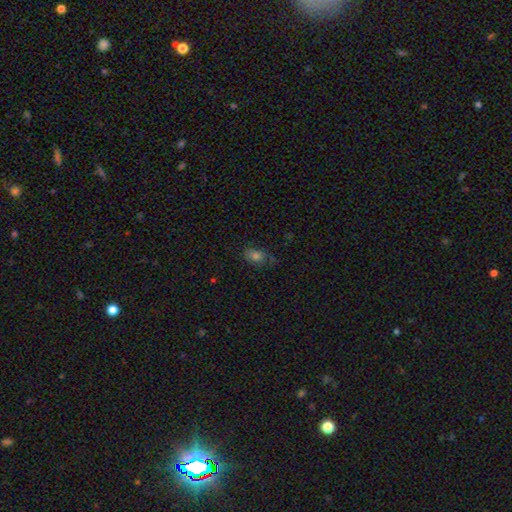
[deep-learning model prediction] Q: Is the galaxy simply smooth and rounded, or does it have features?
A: smooth — 69%.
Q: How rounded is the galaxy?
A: in between — 82%.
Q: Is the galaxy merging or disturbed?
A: none — 70%.